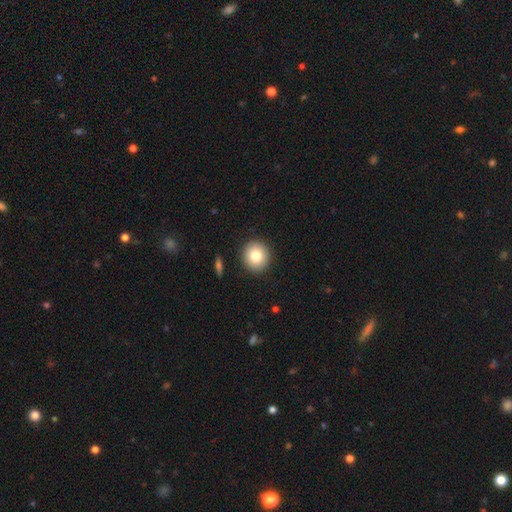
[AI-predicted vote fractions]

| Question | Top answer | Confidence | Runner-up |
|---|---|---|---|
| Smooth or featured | smooth | 81% | featured or disk (10%) |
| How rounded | round | 89% | in between (10%) |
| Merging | none | 91% | minor disturbance (6%) |